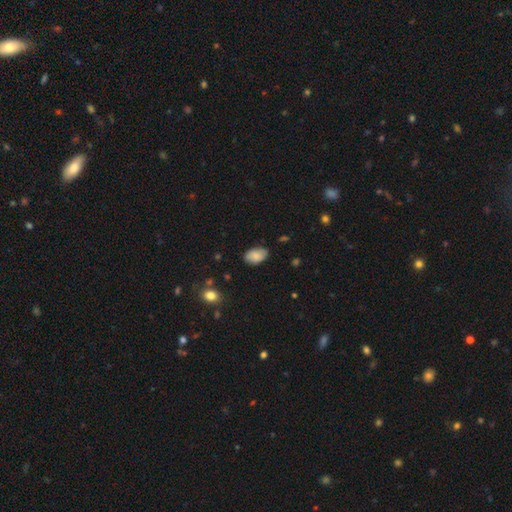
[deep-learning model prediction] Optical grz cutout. It shows a smooth galaxy with no disk features (79%) that is in between round and cigar-shaped (90%). Merging: none (77%).